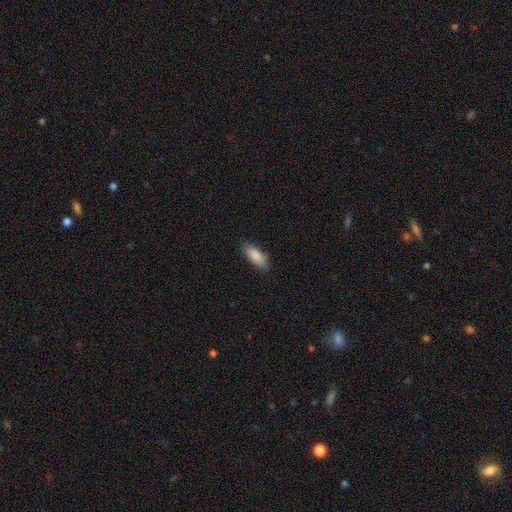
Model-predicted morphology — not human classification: This appears to be a smooth galaxy with no disk features (87%) that is in between round and cigar-shaped (72%). Merging: none (84%).